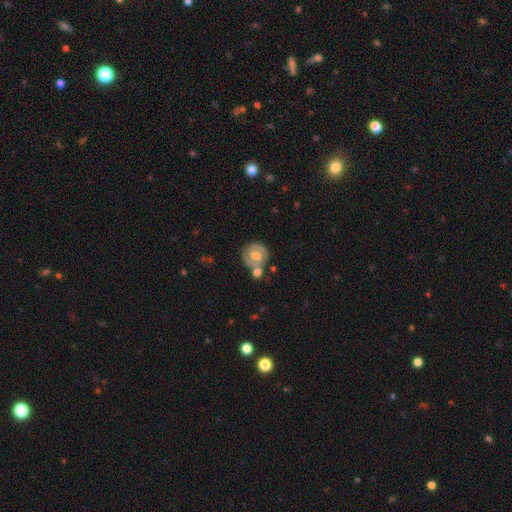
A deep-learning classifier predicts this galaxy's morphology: The model was most divided on "bar" (2-way tie): no: 44%, weak: 44%, strong: 11%. More confident: edge-on disk — no (97%); spiral arms — yes (78%); bulge size — moderate (70%); smooth or featured — featured or disk (62%); merging — none (50%).